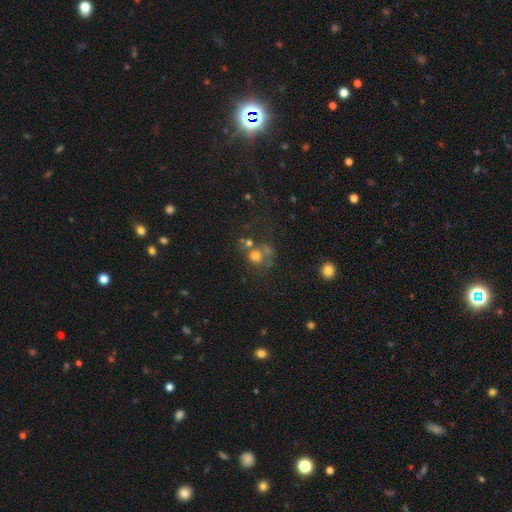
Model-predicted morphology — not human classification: Smooth or featured? smooth (65%)
How rounded? round (82%)
Merging? none (41%)